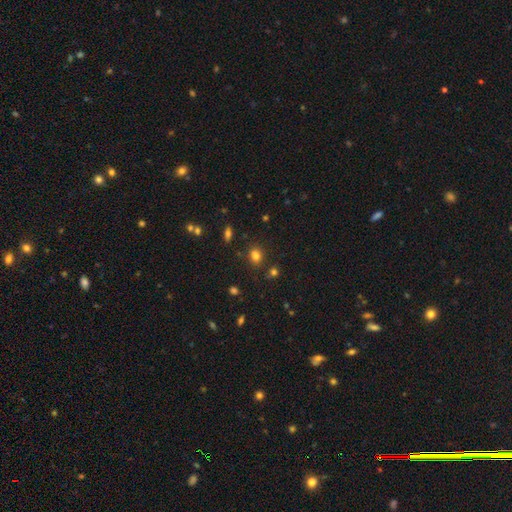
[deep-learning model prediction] Q: Smooth or featured?
A: smooth (78%); runner-up: star or artifact (15%)
Q: How rounded?
A: round (58%); runner-up: in between (41%)
Q: Merging?
A: none (81%); runner-up: minor disturbance (10%)